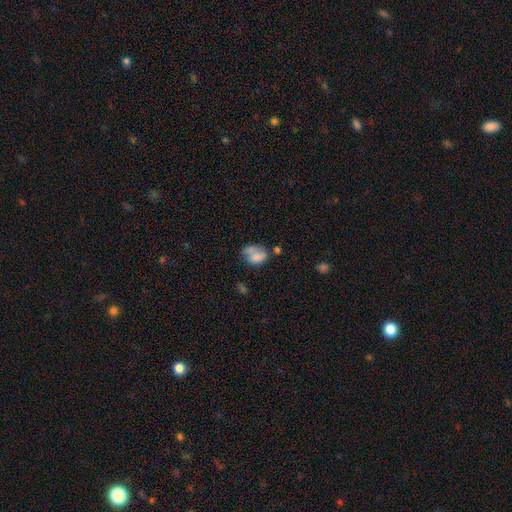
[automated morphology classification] This is likely a smooth galaxy (72%). How rounded: likely in between (76%). Merging: marginally none (32%).